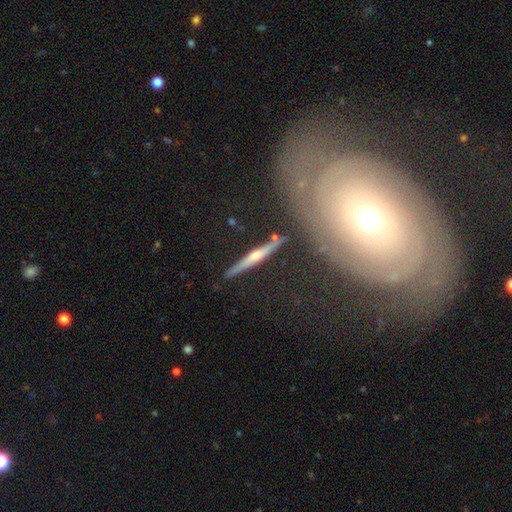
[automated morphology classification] Smooth or featured? Predicted: featured or disk (p=0.60). Edge-on disk? Predicted: yes (p=0.94). Edge-on bulge? Predicted: rounded (p=0.71). Merging? Predicted: none (p=0.83).